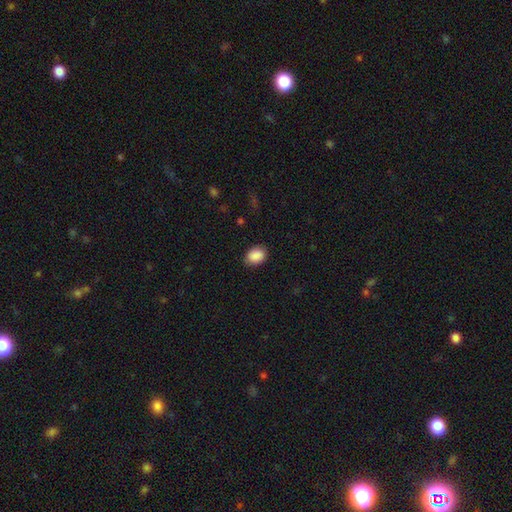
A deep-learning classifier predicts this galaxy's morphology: Q: Smooth or featured?
A: smooth (89%); runner-up: star or artifact (7%)
Q: How rounded?
A: in between (69%); runner-up: round (30%)
Q: Merging?
A: none (83%); runner-up: minor disturbance (13%)